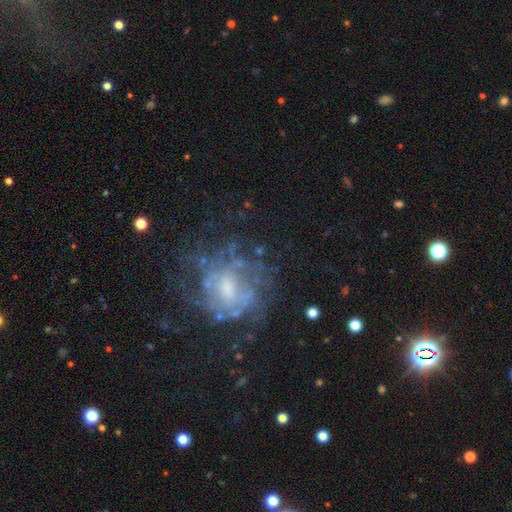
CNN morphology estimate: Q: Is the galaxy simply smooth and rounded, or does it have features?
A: featured or disk — 65%.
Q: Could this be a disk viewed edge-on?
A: no — 97%.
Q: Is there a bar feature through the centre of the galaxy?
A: no — 60%.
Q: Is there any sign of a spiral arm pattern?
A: yes — 58%.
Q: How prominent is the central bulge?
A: moderate — 43%.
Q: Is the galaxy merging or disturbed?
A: none — 62%.